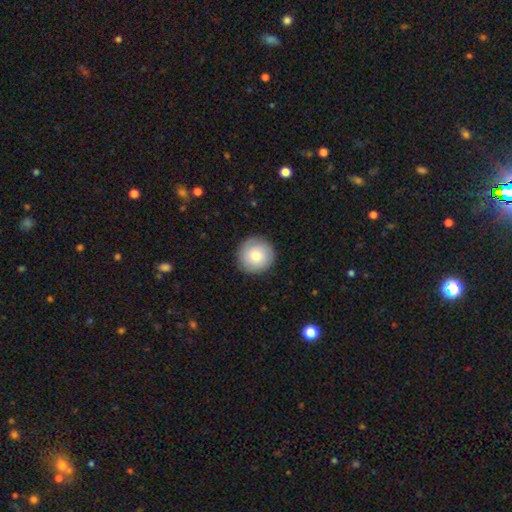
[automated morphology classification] Smooth or featured?
  - smooth: 75% *
  - featured or disk: 18%
  - star or artifact: 7%
How rounded?
  - round: 95% *
  - in between: 4%
  - cigar-shaped: 1%
Merging?
  - none: 89% *
  - minor disturbance: 8%
  - major disturbance: 2%
  - merger: 1%